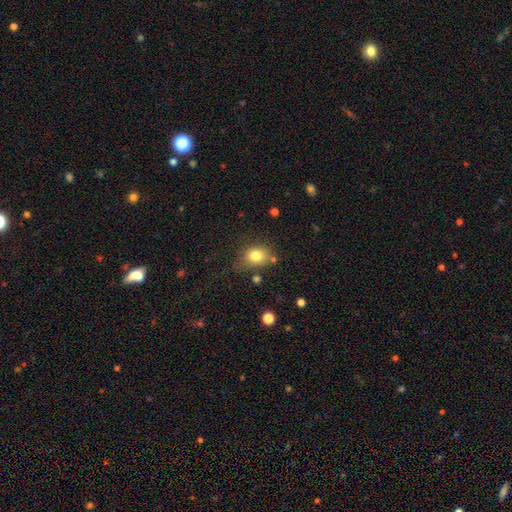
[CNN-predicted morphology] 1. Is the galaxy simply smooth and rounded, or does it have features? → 79% smooth, 11% star or artifact, 10% featured or disk.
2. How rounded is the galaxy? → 52% in between, 47% round, 1% cigar-shaped.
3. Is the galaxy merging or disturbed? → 63% none, 23% minor disturbance, 8% major disturbance, 6% merger.